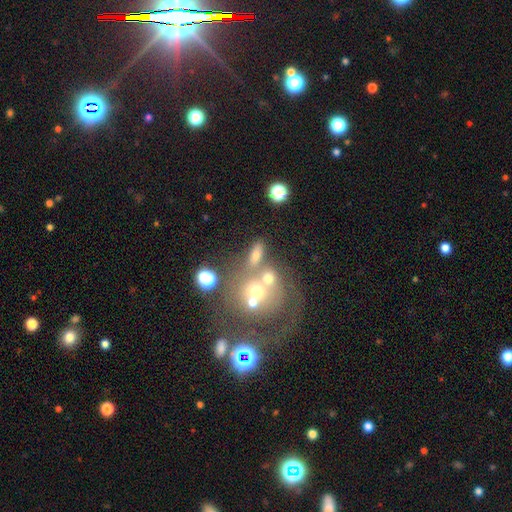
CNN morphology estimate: Smooth or featured?
  - smooth: 61% *
  - featured or disk: 21%
  - star or artifact: 18%
How rounded?
  - in between: 55% *
  - round: 31%
  - cigar-shaped: 13%
Merging?
  - none: 53% *
  - merger: 28%
  - minor disturbance: 12%
  - major disturbance: 7%